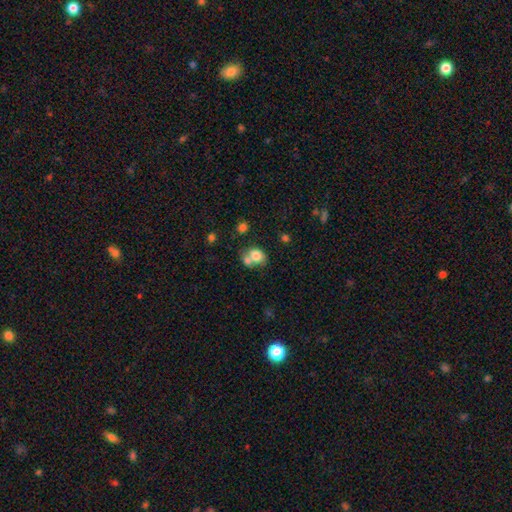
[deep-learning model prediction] smooth_or_featured: smooth (p=0.77) [alt: featured or disk p=0.13]
how_rounded: in between (p=0.55) [alt: round p=0.44]
merging: merger (p=0.50) [alt: none p=0.35]